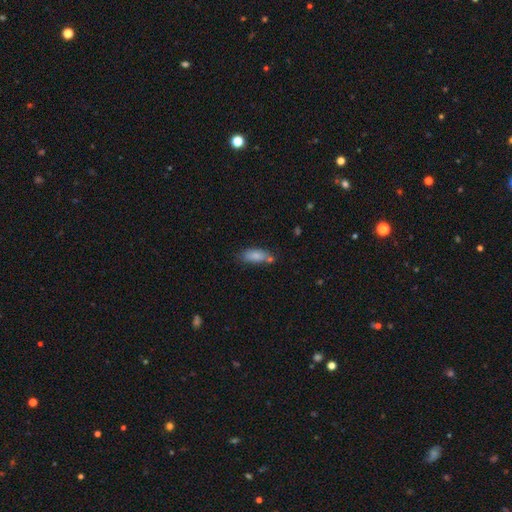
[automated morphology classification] This appears to be a smooth galaxy with no disk features (83%) that is in between round and cigar-shaped (78%). Merging: none (54%).